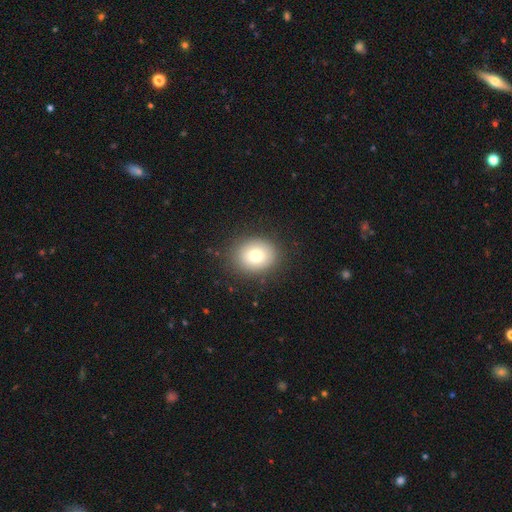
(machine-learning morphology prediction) smooth-or-featured: smooth: 78% | featured or disk: 11% | star or artifact: 11%
  how-rounded: round: 67% | in between: 32% | cigar-shaped: 1%
  merging: none: 88% | minor disturbance: 8% | major disturbance: 3% | merger: 1%